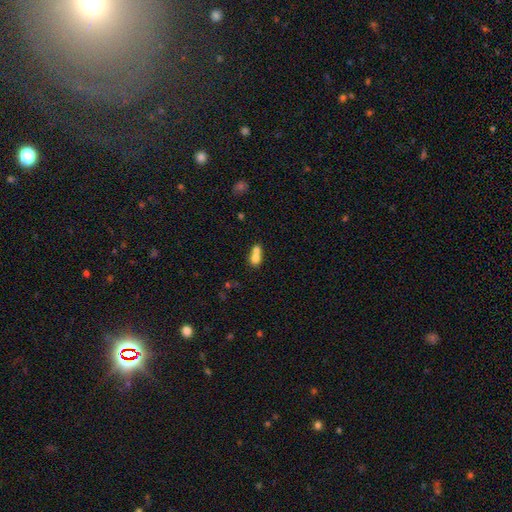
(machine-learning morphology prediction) Smooth or featured? smooth (72%)
How rounded? round (57%)
Merging? merger (69%)